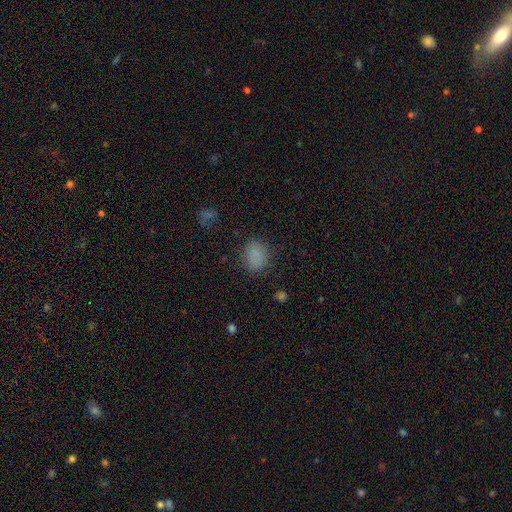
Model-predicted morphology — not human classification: The model was most divided on "how rounded": round: 55%, in between: 44%, cigar-shaped: 1%. More confident: smooth or featured — smooth (82%); merging — none (82%).